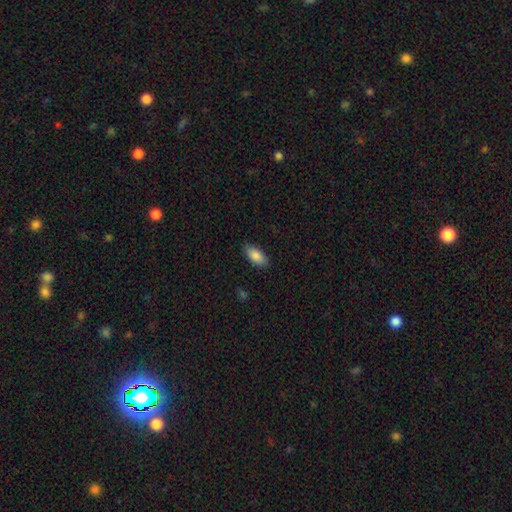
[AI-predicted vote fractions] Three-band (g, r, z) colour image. It shows a smooth galaxy with no disk features (87%) that is in between round and cigar-shaped (91%). Merging: none (86%).